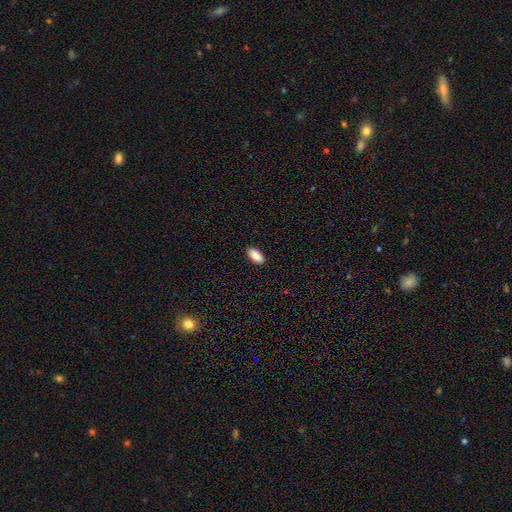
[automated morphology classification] A smooth galaxy with no disk features (90%) that is in between round and cigar-shaped (91%). Merging: none (89%).